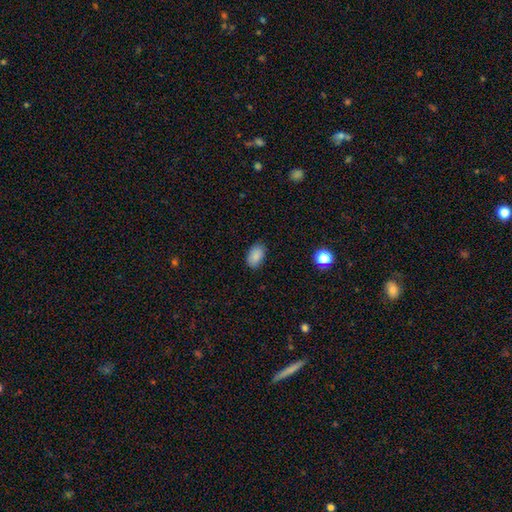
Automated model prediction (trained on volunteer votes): Q: Smooth or featured?
A: smooth (88%); runner-up: star or artifact (8%)
Q: How rounded?
A: in between (91%); runner-up: round (7%)
Q: Merging?
A: none (84%); runner-up: minor disturbance (13%)